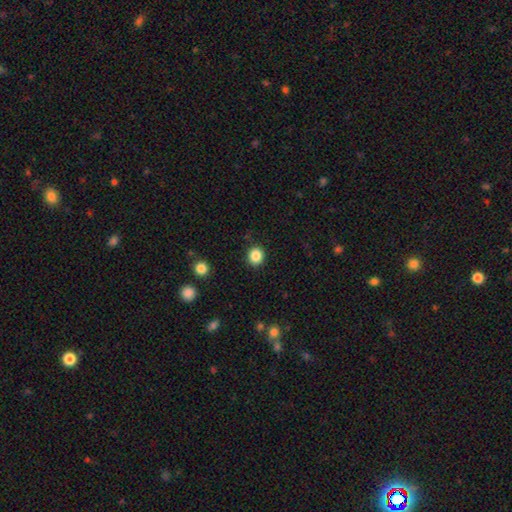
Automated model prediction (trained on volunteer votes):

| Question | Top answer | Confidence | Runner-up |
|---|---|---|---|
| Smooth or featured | smooth | 86% | star or artifact (10%) |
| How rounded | round | 83% | in between (17%) |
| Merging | none | 89% | minor disturbance (7%) |